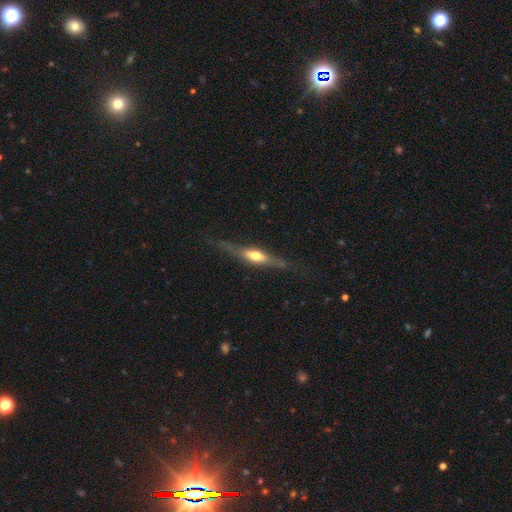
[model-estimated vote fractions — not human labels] The model was most divided on "smooth or featured": featured or disk: 66%, smooth: 28%, star or artifact: 6%. More confident: edge-on disk — yes (93%); edge-on bulge — rounded (86%); merging — none (77%).